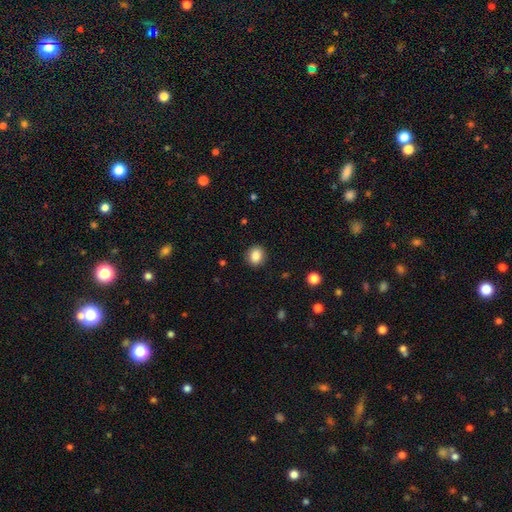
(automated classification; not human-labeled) smooth_or_featured: smooth (p=0.87) [alt: star or artifact p=0.09]
how_rounded: round (p=0.75) [alt: in between p=0.24]
merging: none (p=0.90) [alt: minor disturbance p=0.07]